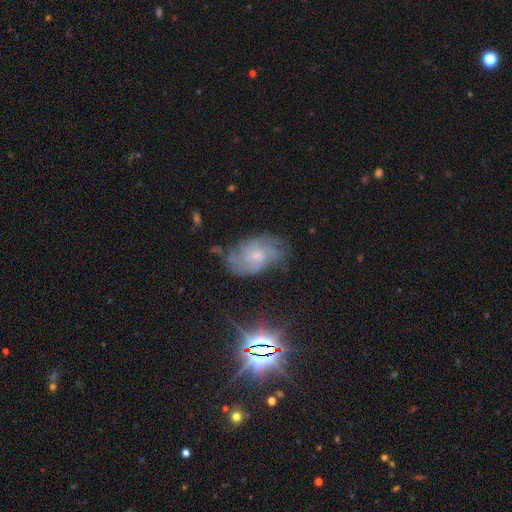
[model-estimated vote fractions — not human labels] A featured or disk galaxy (71%) with no bar (69%), tight (43%) spiral arms (90%) and a small central bulge (57%).

Vote fractions:
- Smooth or featured? featured or disk: 71% / smooth: 17% / star or artifact: 12%
- Edge-on disk? no: 96% / yes: 4%
- Bar? no: 69% / weak: 28% / strong: 4%
- Spiral arms? yes: 90% / no: 10%
- Spiral winding? tight: 43% / medium: 42% / loose: 15%
- Spiral arm count? can't tell: 40% / 2: 23% / 3: 19% / 4: 9% / 1: 5% / more than 4: 5%
- Bulge size? small: 57% / moderate: 33% / none: 7% / large: 2% / dominant: 1%
- Merging? none: 61% / minor disturbance: 25% / major disturbance: 12% / merger: 2%